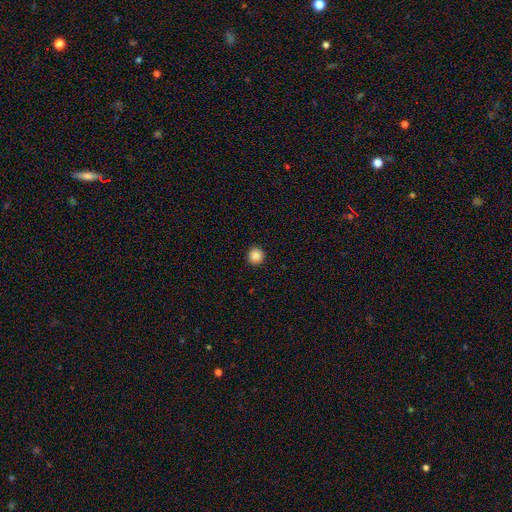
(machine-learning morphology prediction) This appears to be a smooth galaxy with no disk features (87%) that is round (96%). Merging: none (93%).